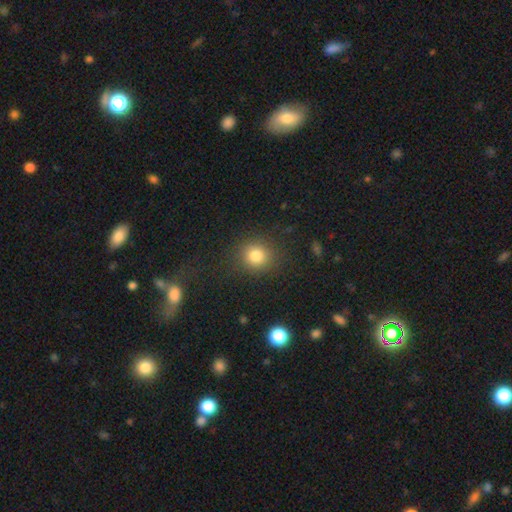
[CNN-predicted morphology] smooth_or_featured: smooth (p=0.81) [alt: star or artifact p=0.13]
how_rounded: round (p=0.85) [alt: in between p=0.14]
merging: none (p=0.86) [alt: minor disturbance p=0.08]